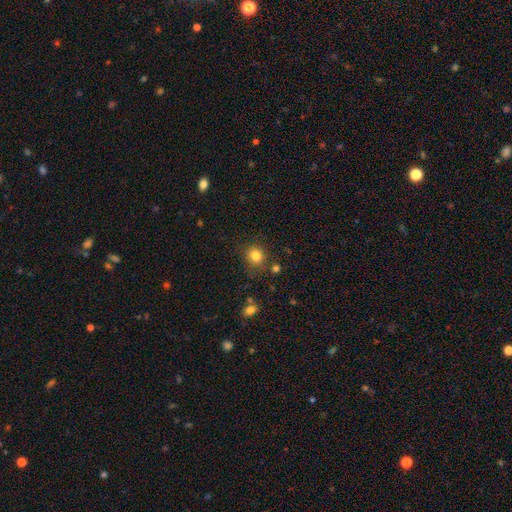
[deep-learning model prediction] This appears to be a smooth galaxy with no disk features (82%) that is round (81%). Merging: none (79%).